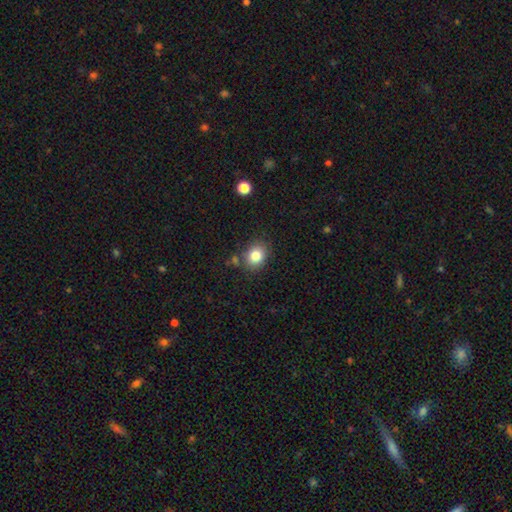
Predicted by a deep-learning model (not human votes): A smooth galaxy with no disk features (82%) that is round (54%).

Vote fractions:
- Smooth or featured? smooth: 82% / star or artifact: 10% / featured or disk: 7%
- How rounded? round: 54% / in between: 46% / cigar-shaped: 1%
- Merging? none: 80% / minor disturbance: 12% / merger: 5% / major disturbance: 3%